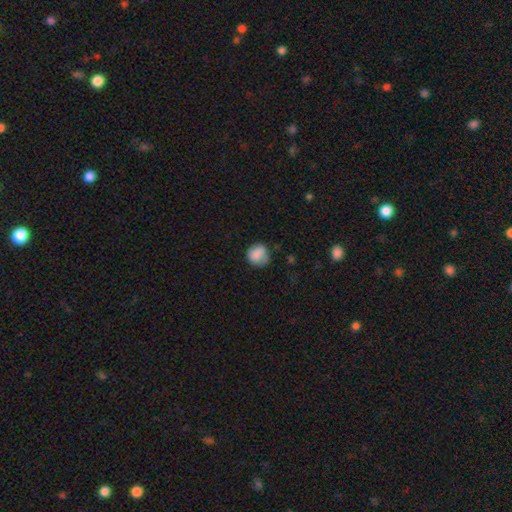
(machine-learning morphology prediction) Smooth or featured? Predicted: smooth (p=0.83). How rounded? Predicted: round (p=0.83). Merging? Predicted: none (p=0.71).